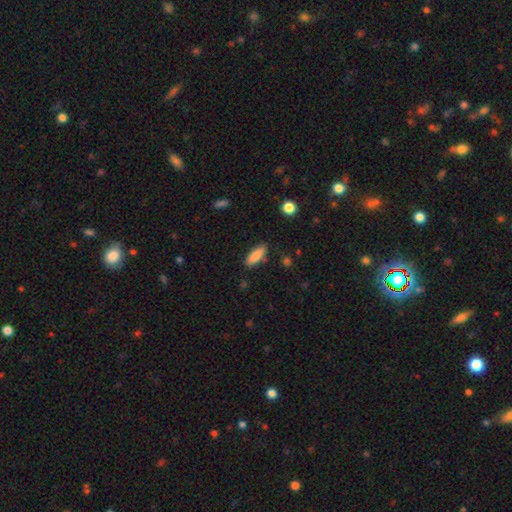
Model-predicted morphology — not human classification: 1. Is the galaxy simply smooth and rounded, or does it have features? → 85% smooth, 9% featured or disk, 7% star or artifact.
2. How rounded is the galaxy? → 58% in between, 40% cigar-shaped, 2% round.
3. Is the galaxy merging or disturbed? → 85% none, 11% minor disturbance, 2% major disturbance, 2% merger.